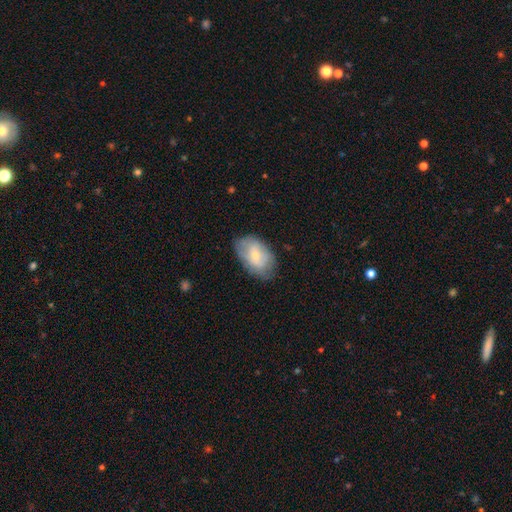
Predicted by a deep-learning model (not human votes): Smooth or featured? smooth (61%)
How rounded? in between (90%)
Merging? none (69%)